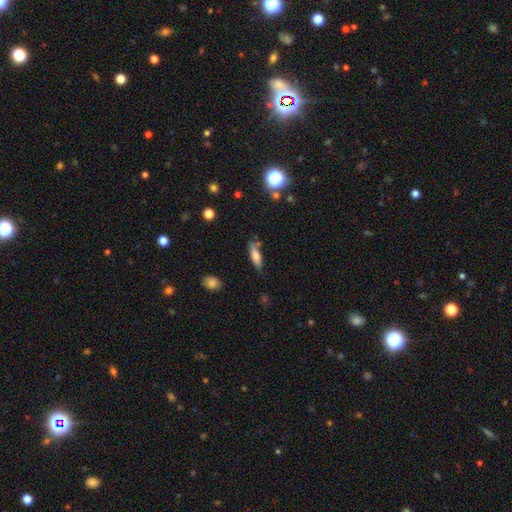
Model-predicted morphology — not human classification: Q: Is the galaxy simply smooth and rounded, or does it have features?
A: smooth — 70%.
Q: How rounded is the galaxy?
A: cigar-shaped — 55%.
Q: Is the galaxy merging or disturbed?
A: none — 70%.